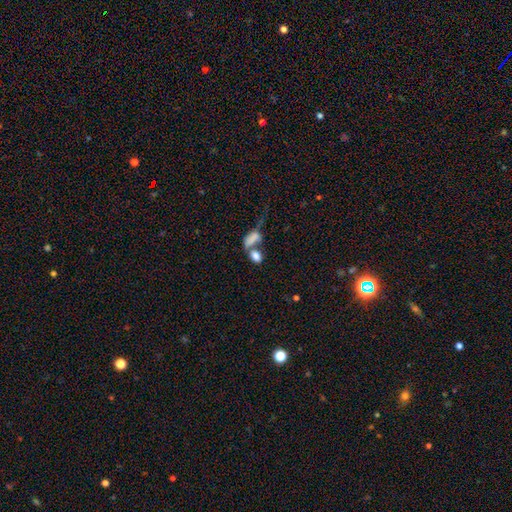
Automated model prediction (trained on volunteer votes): Morphology: type=smooth (80%); roundness=in between (85%); merging=merger (55%).